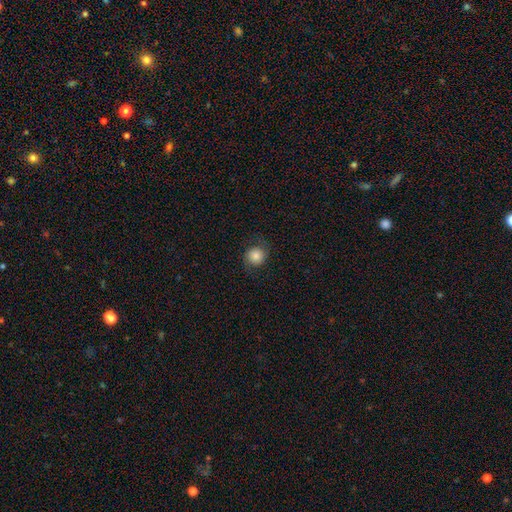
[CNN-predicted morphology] smooth_or_featured: smooth (p=0.74) [alt: featured or disk p=0.16]
how_rounded: round (p=0.86) [alt: in between p=0.13]
merging: none (p=0.79) [alt: minor disturbance p=0.14]